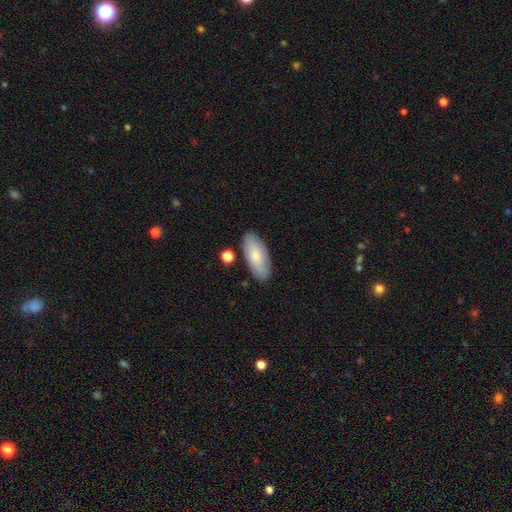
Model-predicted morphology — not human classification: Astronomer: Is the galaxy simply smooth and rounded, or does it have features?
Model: smooth — 76%.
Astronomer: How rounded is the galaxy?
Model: in between — 87%.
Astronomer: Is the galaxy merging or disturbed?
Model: none — 82%.